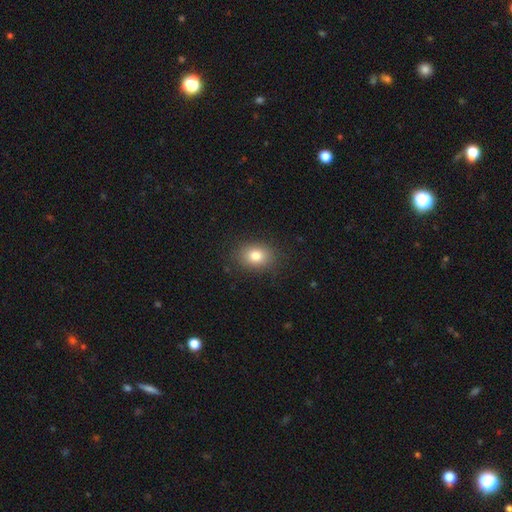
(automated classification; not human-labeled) Smooth or featured: smooth — 81% (star or artifact — 11%)
How rounded: in between — 60% (round — 39%)
Merging: none — 86% (minor disturbance — 10%)